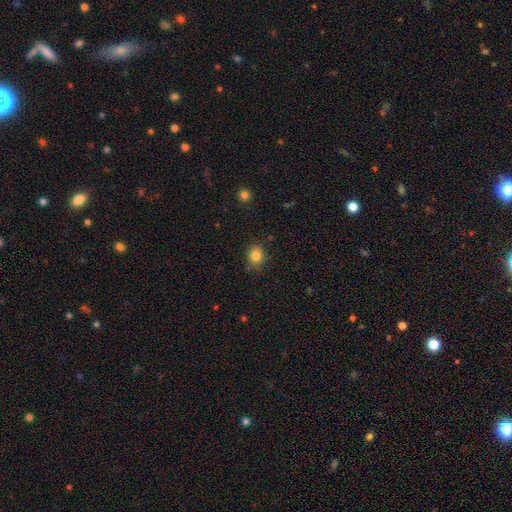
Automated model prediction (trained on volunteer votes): This is clearly a smooth galaxy (83%). How rounded: likely round (71%). Merging: clearly none (82%).